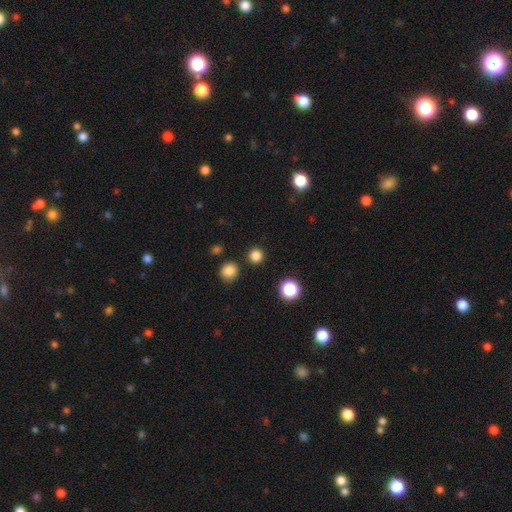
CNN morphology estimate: Overall: smooth (81%). How rounded: round (93%). Merging: none (88%).